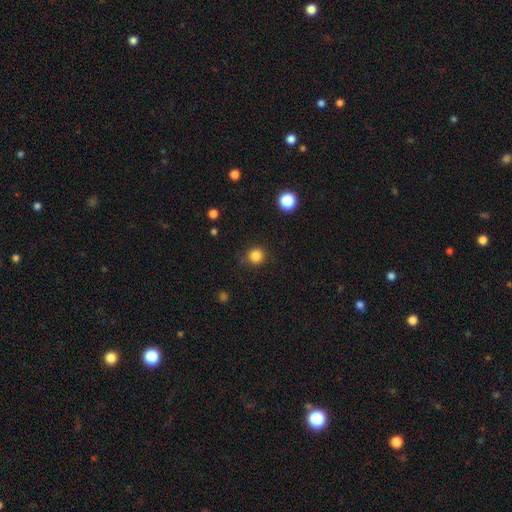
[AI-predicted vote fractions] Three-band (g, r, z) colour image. It shows a smooth galaxy with no disk features (84%) that is round (94%). Merging: none (88%).